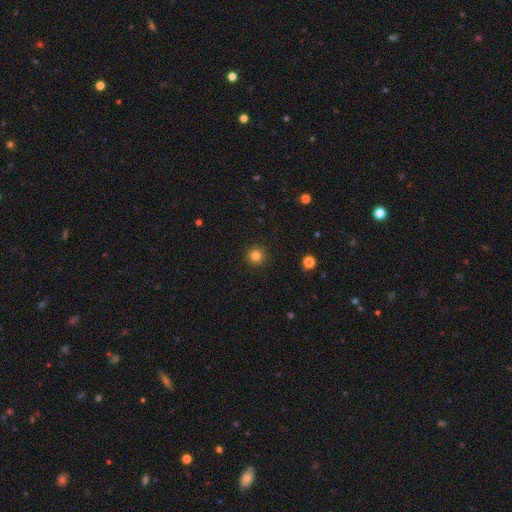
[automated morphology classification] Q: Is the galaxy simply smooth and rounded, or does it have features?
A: smooth — 82%.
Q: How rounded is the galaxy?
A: round — 95%.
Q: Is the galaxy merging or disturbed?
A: none — 92%.